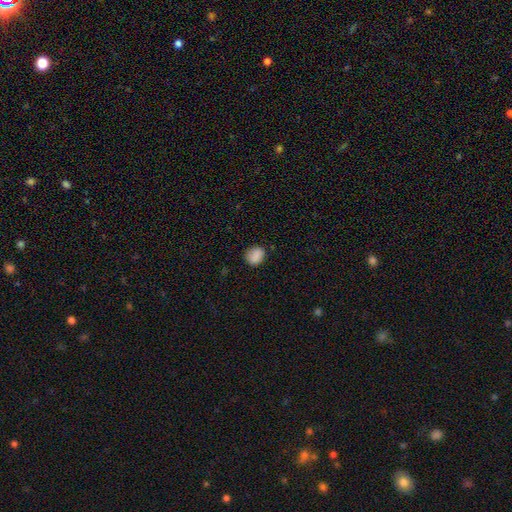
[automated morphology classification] Smooth or featured?
  - smooth: 86% *
  - star or artifact: 9%
  - featured or disk: 5%
How rounded?
  - round: 63% *
  - in between: 36%
  - cigar-shaped: 1%
Merging?
  - none: 80% *
  - minor disturbance: 15%
  - major disturbance: 4%
  - merger: 1%